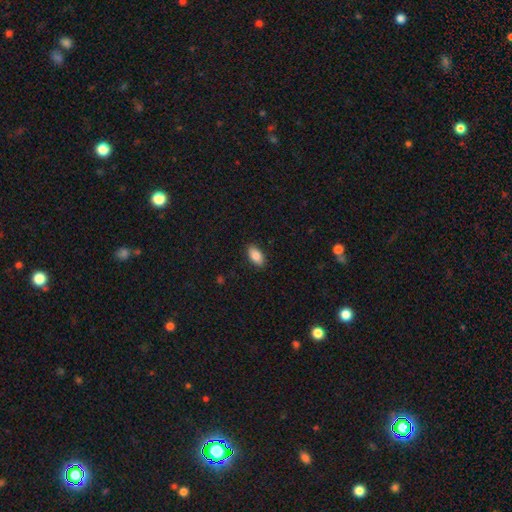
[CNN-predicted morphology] Smooth or featured? smooth (85%)
How rounded? in between (93%)
Merging? none (89%)